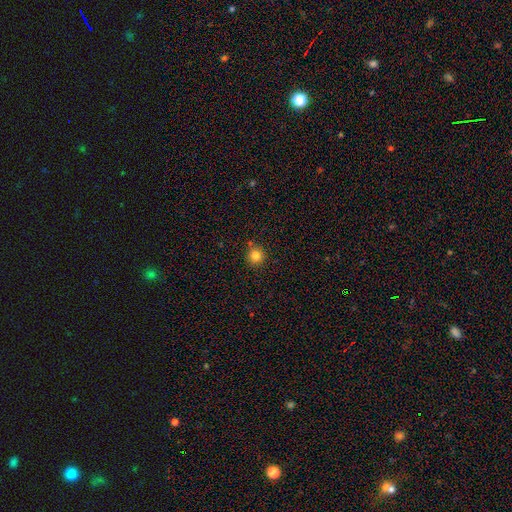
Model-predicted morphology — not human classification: Smooth or featured? smooth (83%)
How rounded? round (92%)
Merging? none (83%)